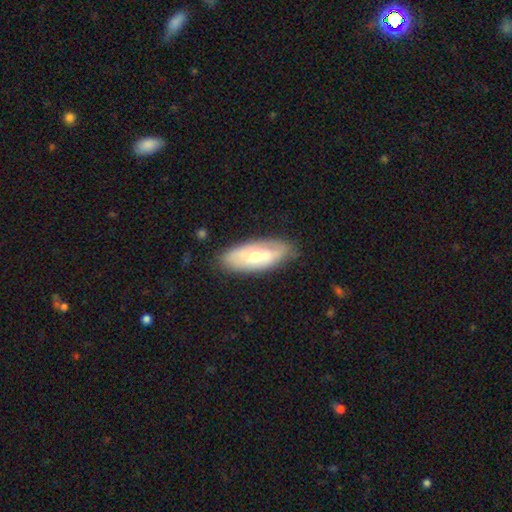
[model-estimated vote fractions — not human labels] Morphology: type=smooth (47%); merging=none (83%).